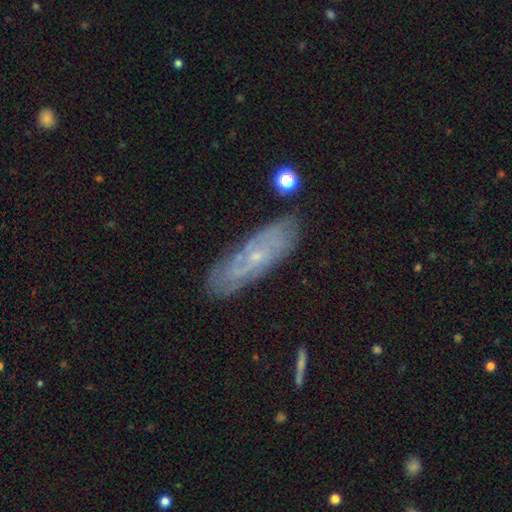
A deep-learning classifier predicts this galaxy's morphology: Smooth or featured? Predicted: featured or disk (p=0.69). Edge-on disk? Predicted: no (p=0.78). Bar? Predicted: no (p=0.72). Spiral arms? Predicted: yes (p=0.76). Bulge size? Predicted: small (p=0.82). Merging? Predicted: none (p=0.81).